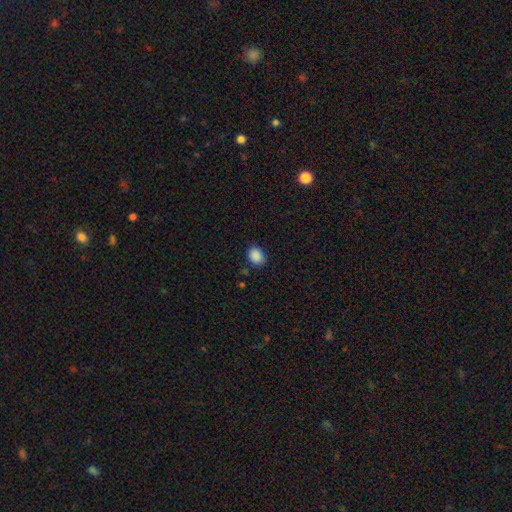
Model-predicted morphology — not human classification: smooth-or-featured: smooth: 88% | star or artifact: 9% | featured or disk: 3%
  how-rounded: in between: 59% | round: 40% | cigar-shaped: 1%
  merging: none: 79% | minor disturbance: 16% | major disturbance: 3% | merger: 2%